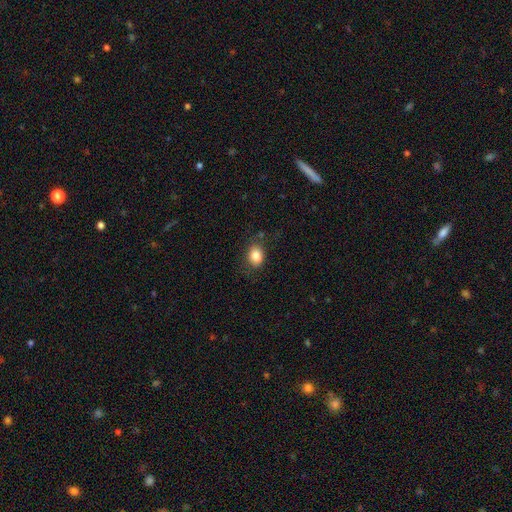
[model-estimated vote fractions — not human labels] smooth-or-featured: smooth: 84% | star or artifact: 10% | featured or disk: 6%
  how-rounded: in between: 60% | round: 39% | cigar-shaped: 1%
  merging: none: 78% | minor disturbance: 15% | major disturbance: 5% | merger: 2%